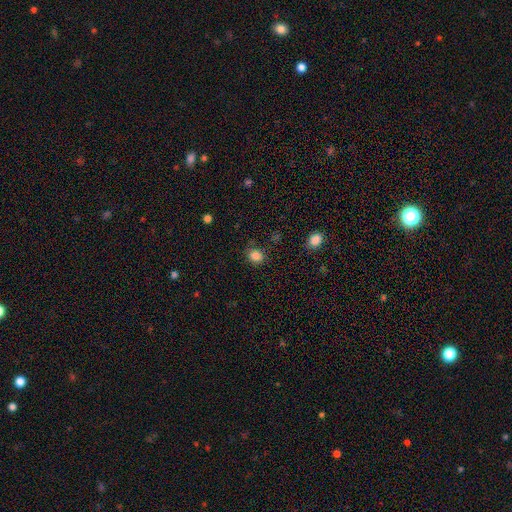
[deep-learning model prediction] smooth-or-featured: smooth: 84% | star or artifact: 12% | featured or disk: 4%
  how-rounded: round: 70% | in between: 29% | cigar-shaped: 1%
  merging: none: 81% | minor disturbance: 13% | major disturbance: 4% | merger: 2%